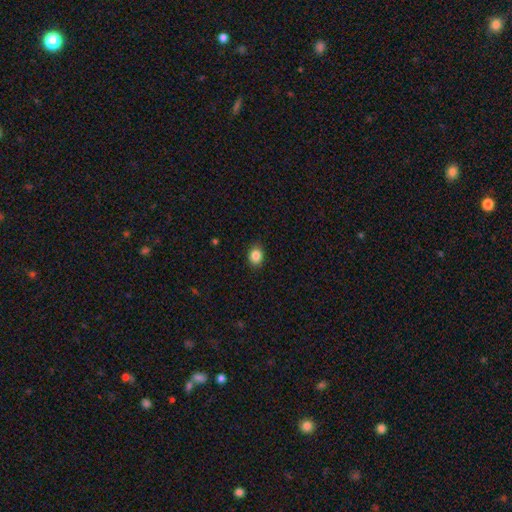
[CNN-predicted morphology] This is clearly a smooth galaxy (85%). How rounded: possibly round (55%). Merging: clearly none (88%).